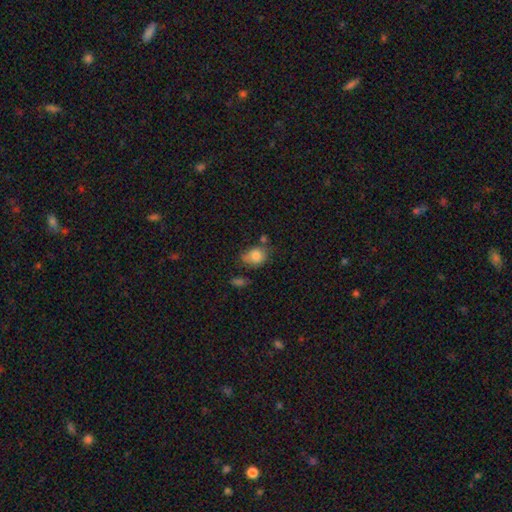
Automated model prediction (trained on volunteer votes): Smooth or featured: smooth — 82% (star or artifact — 9%)
How rounded: in between — 52% (round — 47%)
Merging: none — 49% (minor disturbance — 29%)